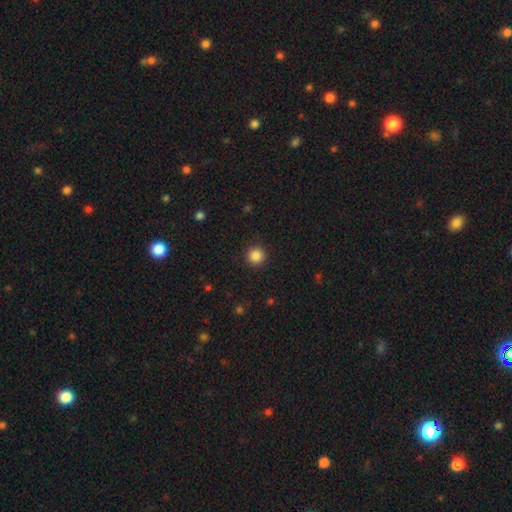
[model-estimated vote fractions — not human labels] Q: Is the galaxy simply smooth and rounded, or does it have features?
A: smooth — 86%.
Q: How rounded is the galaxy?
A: round — 96%.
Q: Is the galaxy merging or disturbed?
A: none — 92%.